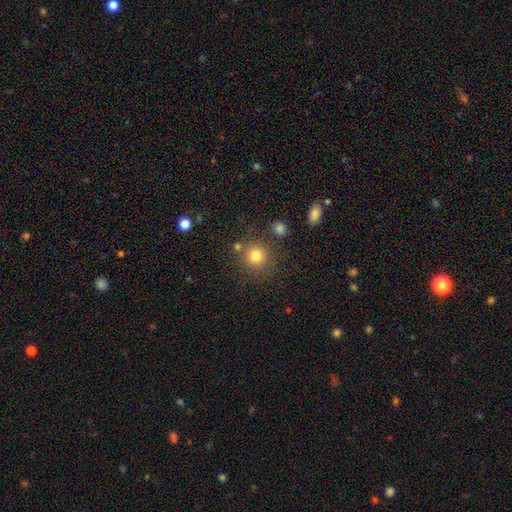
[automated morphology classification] Smooth or featured?
  - smooth: 80% *
  - star or artifact: 13%
  - featured or disk: 7%
How rounded?
  - round: 92% *
  - in between: 7%
  - cigar-shaped: 1%
Merging?
  - none: 80% *
  - minor disturbance: 9%
  - merger: 7%
  - major disturbance: 4%